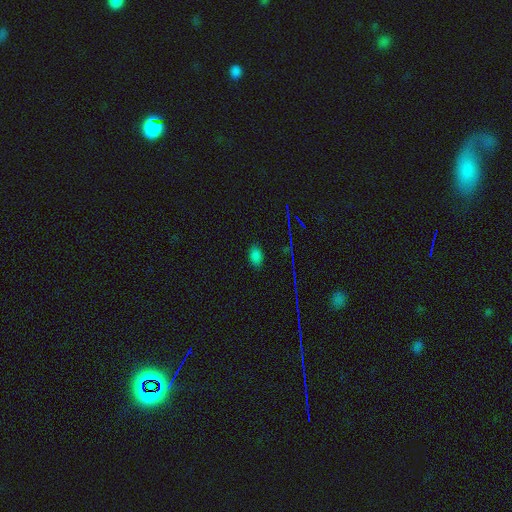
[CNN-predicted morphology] This appears to be a smooth galaxy with no disk features (75%) that is in between round and cigar-shaped (84%). Merging: none (84%).